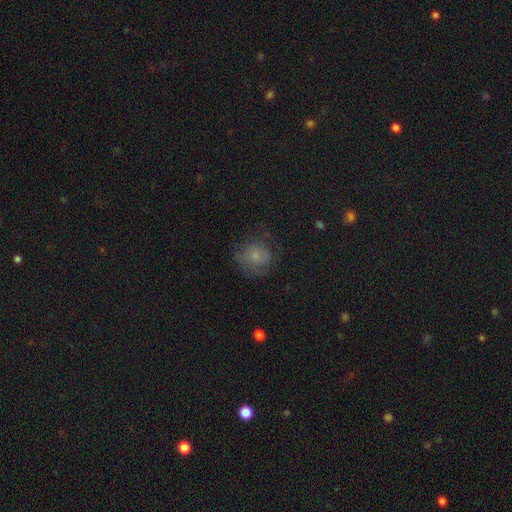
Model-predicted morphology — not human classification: This appears to be a smooth galaxy with no disk features (71%) that is round (80%). Merging: none (64%).